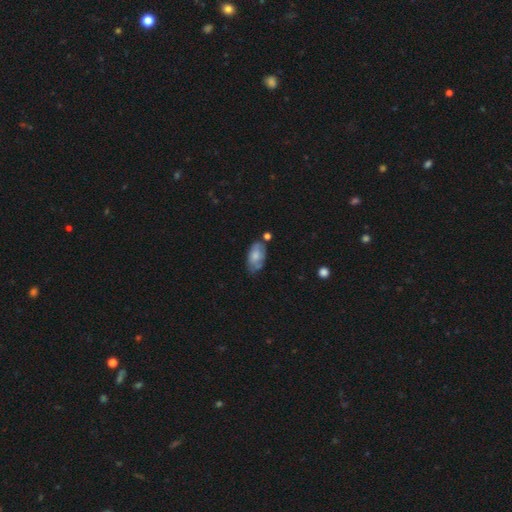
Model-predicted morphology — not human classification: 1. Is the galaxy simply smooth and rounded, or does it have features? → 66% smooth, 28% featured or disk, 7% star or artifact.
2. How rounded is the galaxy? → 93% in between, 4% round, 3% cigar-shaped.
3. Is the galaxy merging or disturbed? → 54% none, 29% minor disturbance, 9% merger, 7% major disturbance.